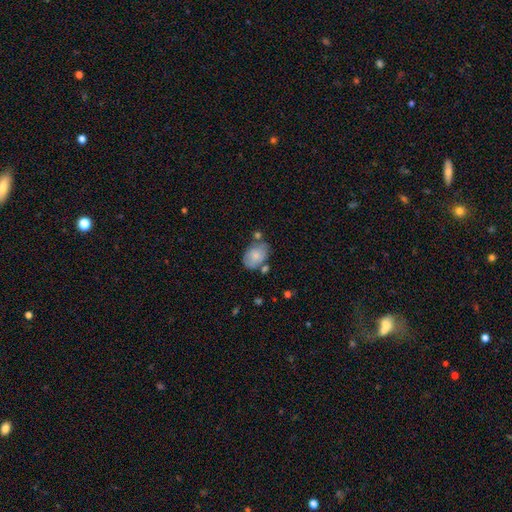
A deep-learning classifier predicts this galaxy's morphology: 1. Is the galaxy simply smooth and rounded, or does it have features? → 76% smooth, 17% featured or disk, 7% star or artifact.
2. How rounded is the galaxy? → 82% in between, 17% round, 1% cigar-shaped.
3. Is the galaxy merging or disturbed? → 57% none, 23% minor disturbance, 13% merger, 7% major disturbance.